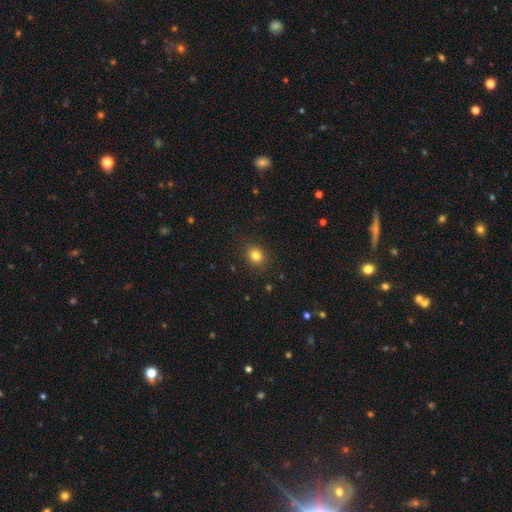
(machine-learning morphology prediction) smooth_or_featured: smooth (p=0.82) [alt: star or artifact p=0.12]
how_rounded: round (p=0.71) [alt: in between p=0.29]
merging: none (p=0.89) [alt: minor disturbance p=0.08]